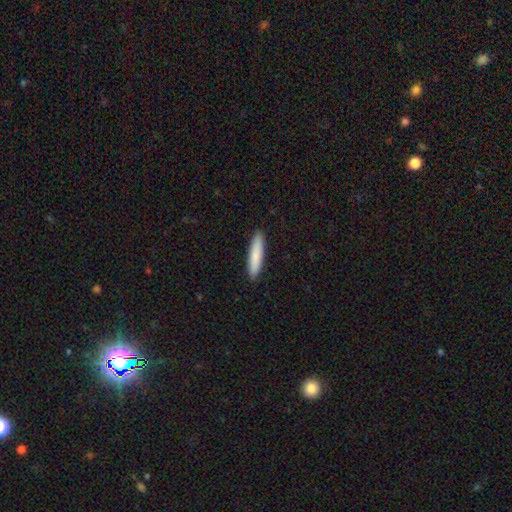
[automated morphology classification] Smooth or featured: smooth — 84% (featured or disk — 11%)
How rounded: cigar-shaped — 87% (in between — 12%)
Merging: none — 92% (minor disturbance — 6%)